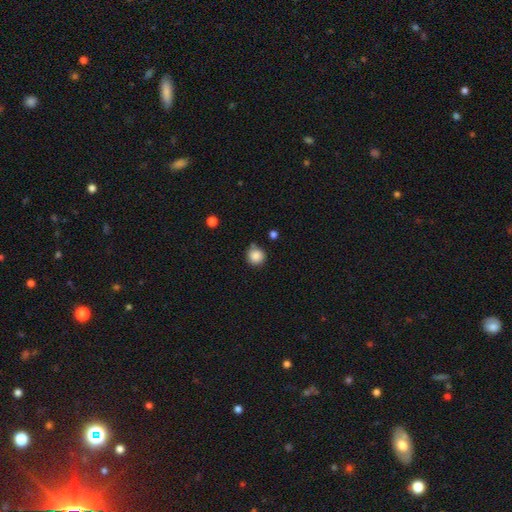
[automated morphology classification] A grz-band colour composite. It shows a smooth galaxy with no disk features (86%) that is round (93%). Merging: none (78%).